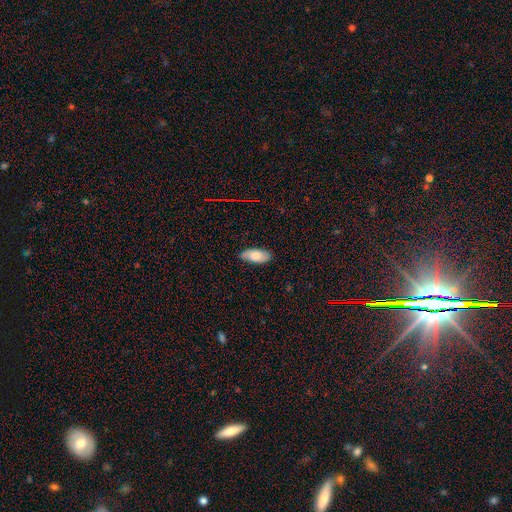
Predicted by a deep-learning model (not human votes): Smooth or featured?
  - smooth: 74% *
  - featured or disk: 19%
  - star or artifact: 7%
How rounded?
  - in between: 91% *
  - cigar-shaped: 7%
  - round: 2%
Merging?
  - none: 83% *
  - minor disturbance: 14%
  - major disturbance: 2%
  - merger: 1%